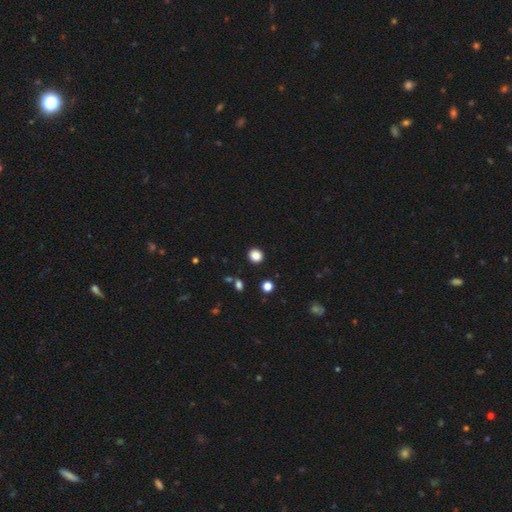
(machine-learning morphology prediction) Q: Smooth or featured?
A: smooth (86%); runner-up: star or artifact (11%)
Q: How rounded?
A: round (86%); runner-up: in between (13%)
Q: Merging?
A: none (92%); runner-up: minor disturbance (5%)